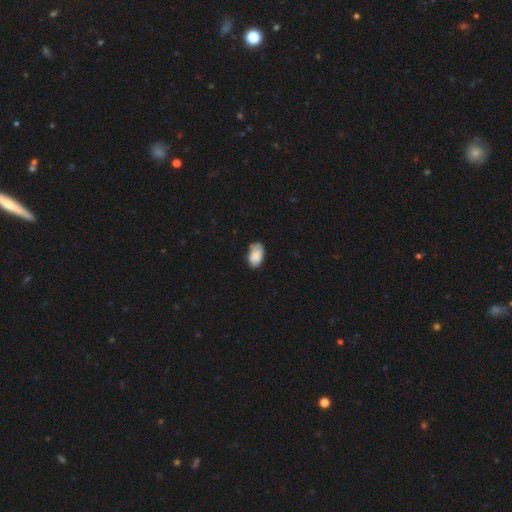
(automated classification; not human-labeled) This is clearly a smooth galaxy (84%). How rounded: clearly in between (93%). Merging: likely none (68%).